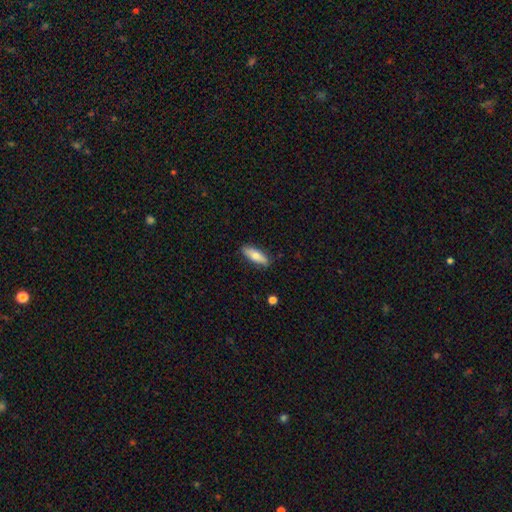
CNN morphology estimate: Overall: smooth (70%). How rounded: in between (54%; cigar-shaped 44%). Merging: none (87%).